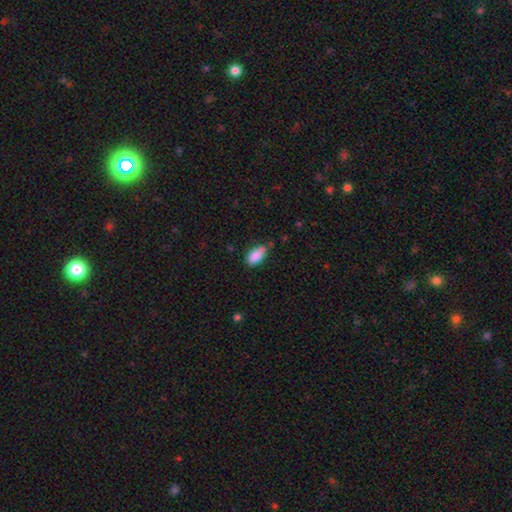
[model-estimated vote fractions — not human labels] smooth 88%, star or artifact 7%, featured or disk 5%. Down the decision tree: how rounded — in between (92%); merging — none (62%).